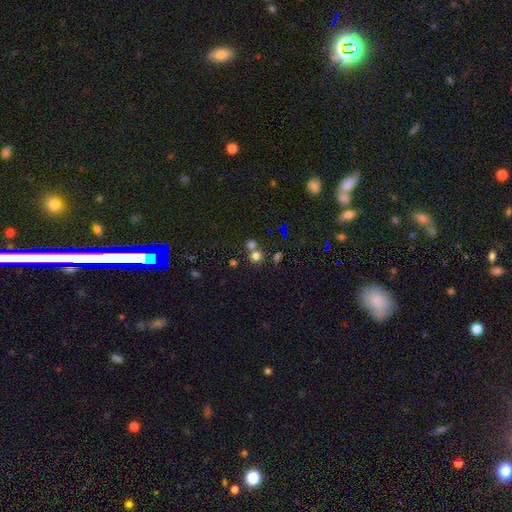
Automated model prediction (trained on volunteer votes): smooth 70%, star or artifact 21%, featured or disk 9%. Down the decision tree: how rounded — round (88%); merging — none (57%).